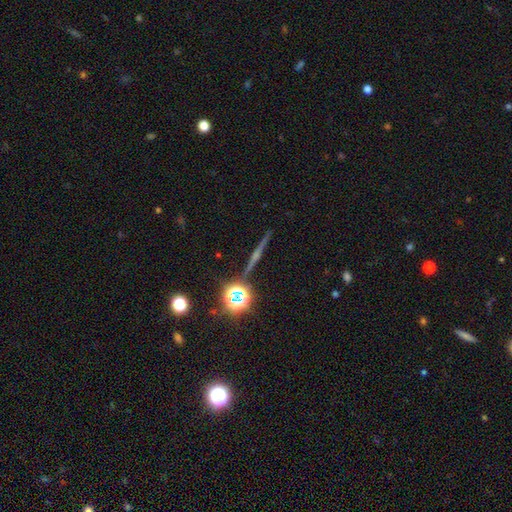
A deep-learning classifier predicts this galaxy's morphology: Smooth or featured? featured or disk (60%)
Edge-on disk? yes (97%)
Edge-on bulge? rounded (60%)
Merging? none (91%)